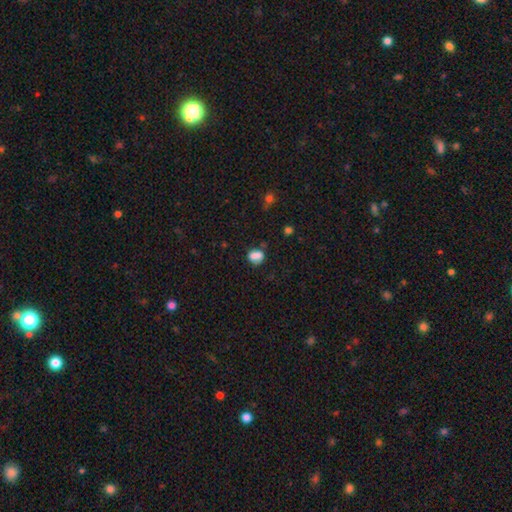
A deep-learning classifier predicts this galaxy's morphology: This appears to be a smooth galaxy with no disk features (77%) that is round (55%). Merging: none (48%).